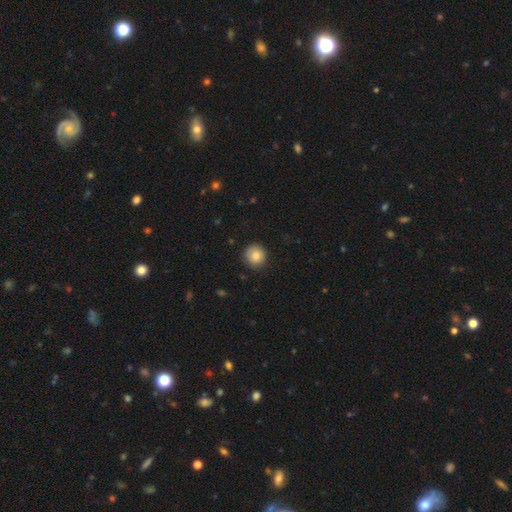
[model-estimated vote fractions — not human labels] Q: Smooth or featured?
A: smooth (84%); runner-up: star or artifact (9%)
Q: How rounded?
A: round (93%); runner-up: in between (6%)
Q: Merging?
A: none (87%); runner-up: minor disturbance (10%)